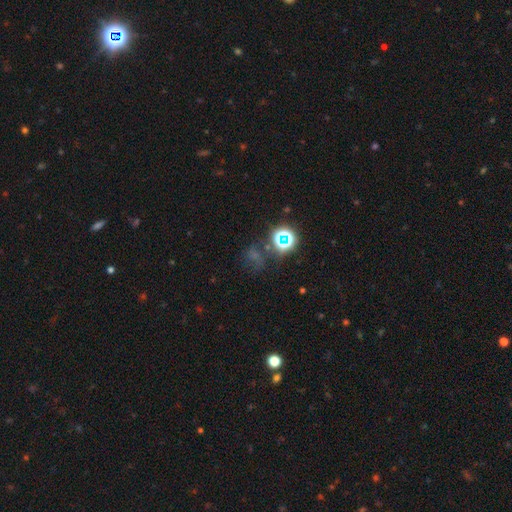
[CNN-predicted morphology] type=star or artifact (57%).